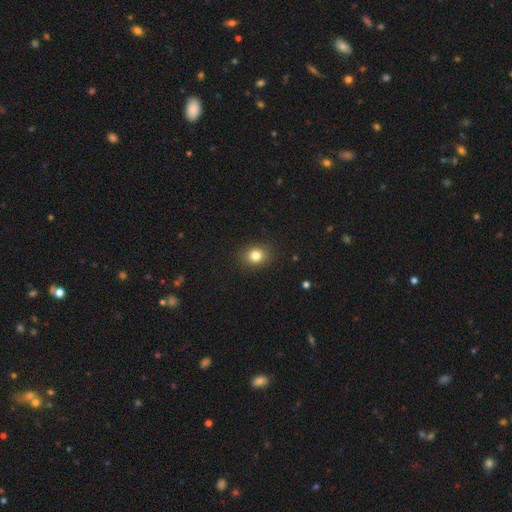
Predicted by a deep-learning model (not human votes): Morphology: type=smooth (81%); roundness=round (62%); merging=none (89%).